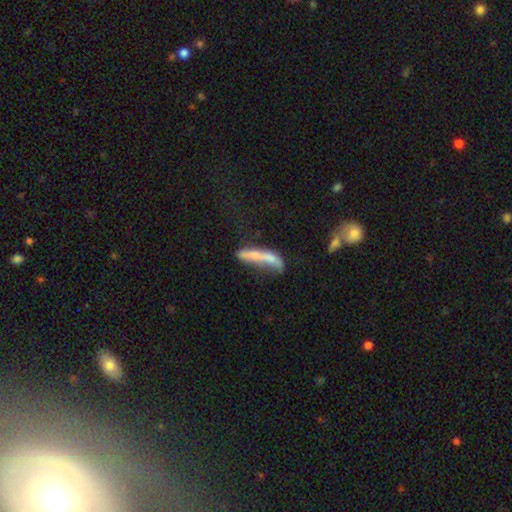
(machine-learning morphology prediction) Smooth or featured: smooth — 58% (featured or disk — 33%)
How rounded: cigar-shaped — 86% (in between — 12%)
Merging: none — 33% (major disturbance — 23%)